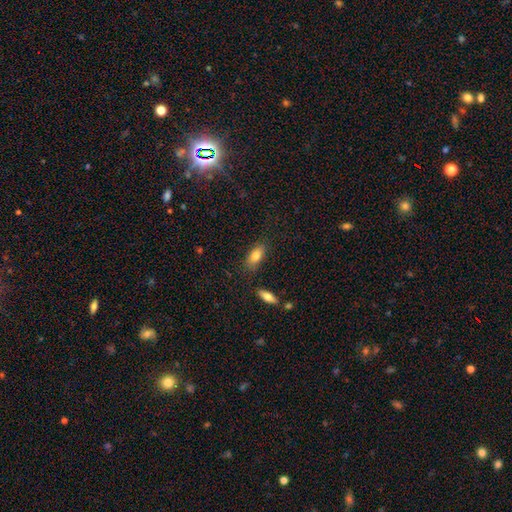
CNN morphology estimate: Q: Smooth or featured?
A: smooth (80%); runner-up: featured or disk (13%)
Q: How rounded?
A: in between (84%); runner-up: cigar-shaped (12%)
Q: Merging?
A: none (79%); runner-up: minor disturbance (14%)